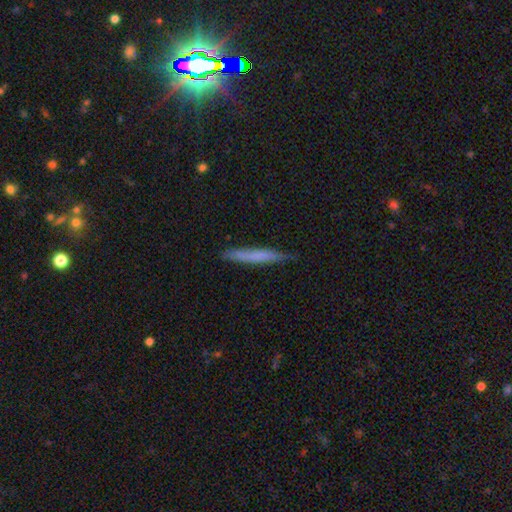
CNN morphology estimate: A smooth galaxy with no disk features (64%) that is cigar-shaped (96%). Merging: none (85%).